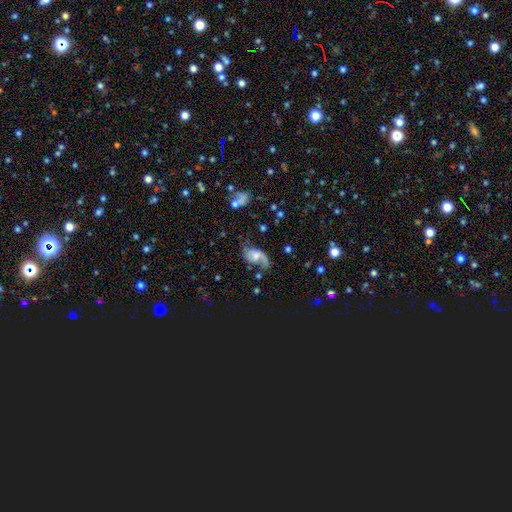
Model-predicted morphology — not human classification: smooth_or_featured: featured or disk (p=0.66) [alt: smooth p=0.25]
disk_edge_on: no (p=0.96) [alt: yes p=0.04]
bar: no (p=0.64) [alt: weak p=0.30]
has_spiral_arms: yes (p=0.89) [alt: no p=0.11]
spiral_winding: loose (p=0.56) [alt: medium p=0.32]
spiral_arm_count: 2 (p=0.57) [alt: 1 p=0.35]
bulge_size: moderate (p=0.38) [alt: small p=0.30]
merging: none (p=0.41) [alt: major disturbance p=0.28]